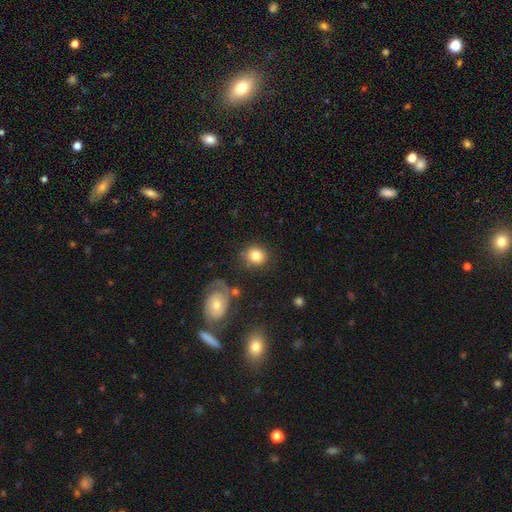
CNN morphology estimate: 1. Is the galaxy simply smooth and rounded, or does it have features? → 81% smooth, 11% featured or disk, 9% star or artifact.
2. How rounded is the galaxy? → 80% round, 19% in between, 1% cigar-shaped.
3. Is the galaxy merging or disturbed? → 77% none, 12% minor disturbance, 6% merger, 5% major disturbance.